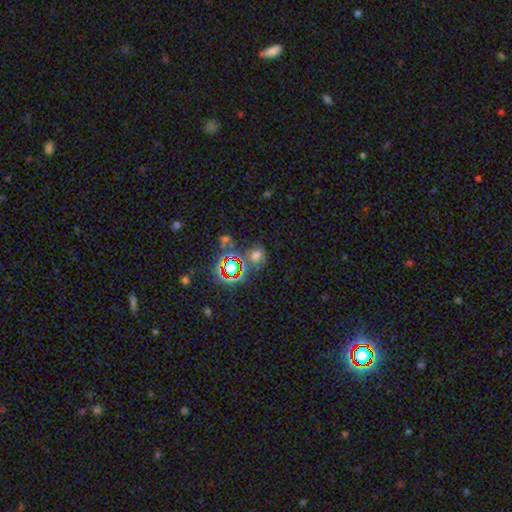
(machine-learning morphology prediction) This is possibly a smooth galaxy (50%). How rounded: likely round (63%). Merging: likely none (62%).